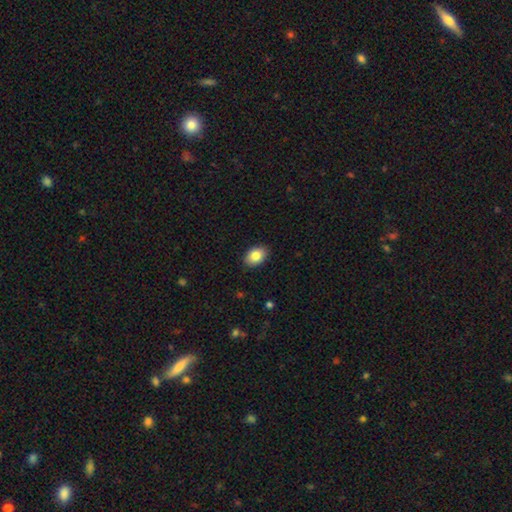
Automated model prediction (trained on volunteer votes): Smooth or featured?
  - smooth: 84% *
  - featured or disk: 8%
  - star or artifact: 8%
How rounded?
  - in between: 82% *
  - round: 16%
  - cigar-shaped: 1%
Merging?
  - none: 89% *
  - minor disturbance: 9%
  - major disturbance: 2%
  - merger: 1%